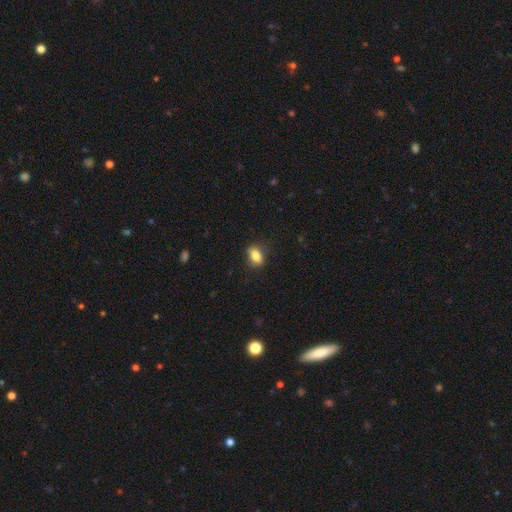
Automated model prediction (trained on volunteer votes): The model was most divided on "how rounded": in between: 83%, round: 14%, cigar-shaped: 4%. More confident: smooth or featured — smooth (84%); merging — none (83%).